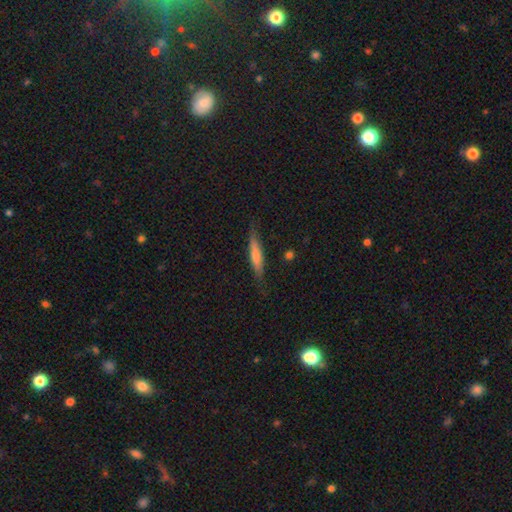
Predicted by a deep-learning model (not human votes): This is possibly a featured or disk galaxy (47%). Merging: clearly none (83%).